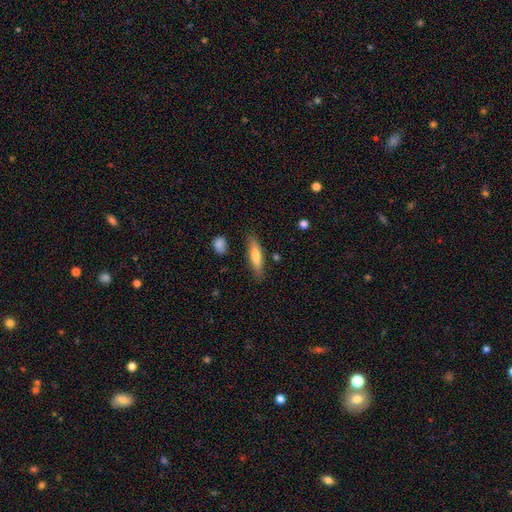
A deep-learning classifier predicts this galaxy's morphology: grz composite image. It shows a smooth galaxy with no disk features (69%) that is cigar-shaped (75%). Merging: none (81%).